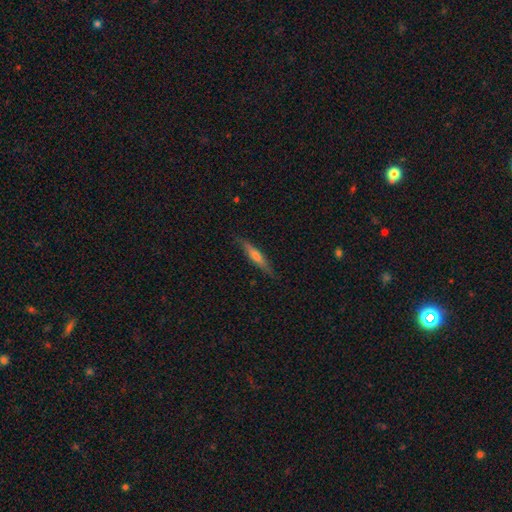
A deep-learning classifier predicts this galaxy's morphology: Overall: featured or disk (52%; smooth 41%). Edge-on disk: yes (94%). Merging: none (85%).